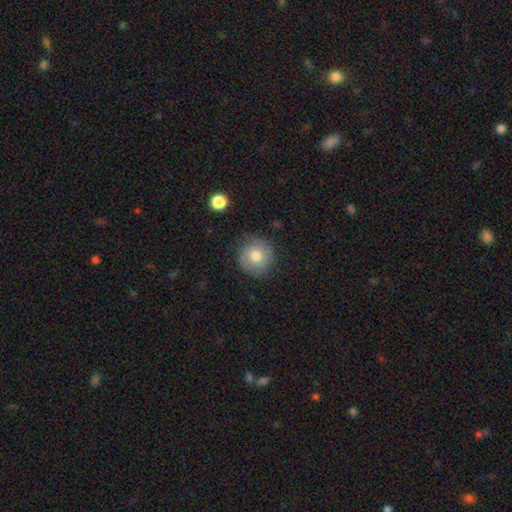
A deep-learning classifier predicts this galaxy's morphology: Q: Smooth or featured?
A: smooth (61%); runner-up: featured or disk (30%)
Q: How rounded?
A: round (93%); runner-up: in between (6%)
Q: Merging?
A: none (77%); runner-up: minor disturbance (16%)